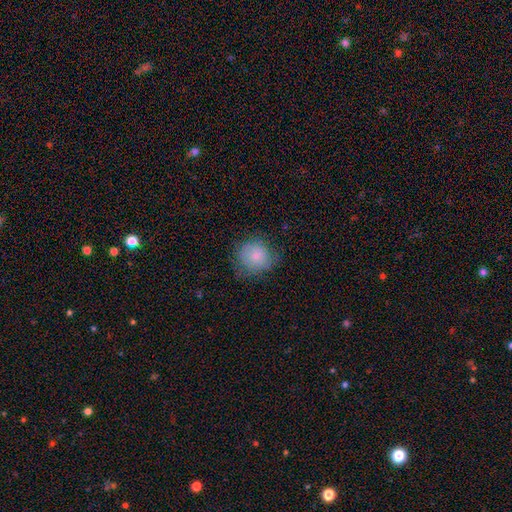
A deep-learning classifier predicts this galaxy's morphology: smooth-or-featured: smooth: 77% | featured or disk: 15% | star or artifact: 8%
  how-rounded: round: 83% | in between: 17% | cigar-shaped: 1%
  merging: none: 64% | minor disturbance: 25% | major disturbance: 9% | merger: 1%